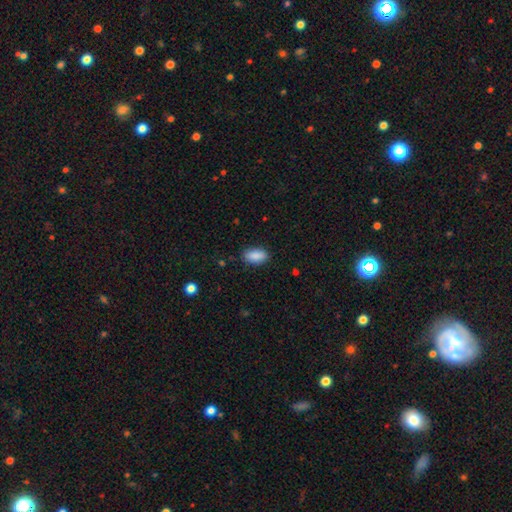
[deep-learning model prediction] smooth 89%, star or artifact 7%, featured or disk 4%. Down the decision tree: how rounded — in between (92%); merging — none (86%).